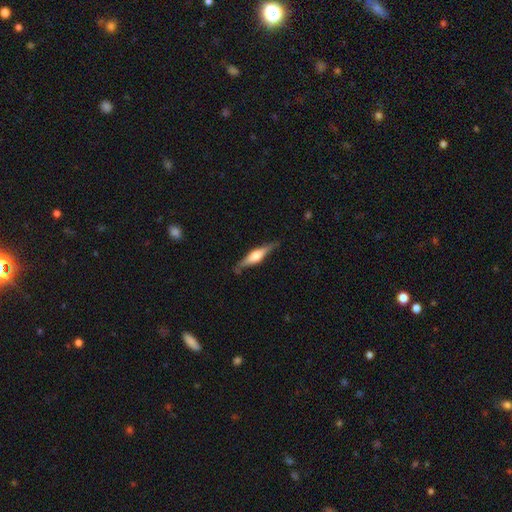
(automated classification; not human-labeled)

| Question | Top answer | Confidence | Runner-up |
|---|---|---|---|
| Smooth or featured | featured or disk | 67% | smooth (28%) |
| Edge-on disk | yes | 96% | no (4%) |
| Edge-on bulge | rounded | 84% | boxy (13%) |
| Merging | none | 83% | minor disturbance (13%) |